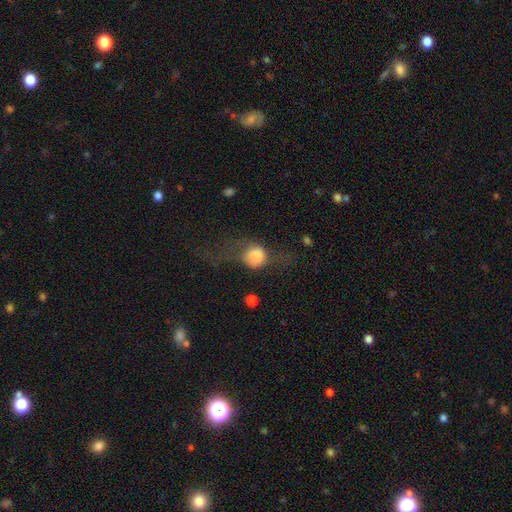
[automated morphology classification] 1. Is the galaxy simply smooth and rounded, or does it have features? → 73% smooth, 17% featured or disk, 10% star or artifact.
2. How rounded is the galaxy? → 72% round, 26% in between, 2% cigar-shaped.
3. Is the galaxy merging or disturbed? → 45% major disturbance, 30% none, 20% minor disturbance, 5% merger.